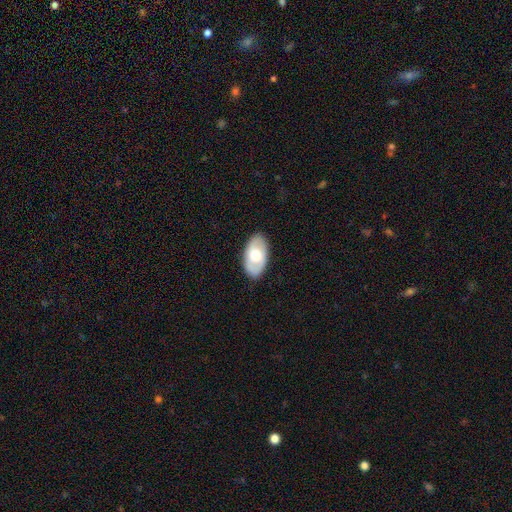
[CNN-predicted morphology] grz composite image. It shows a smooth galaxy with no disk features (58%) that is in between round and cigar-shaped (94%). Merging: none (86%).